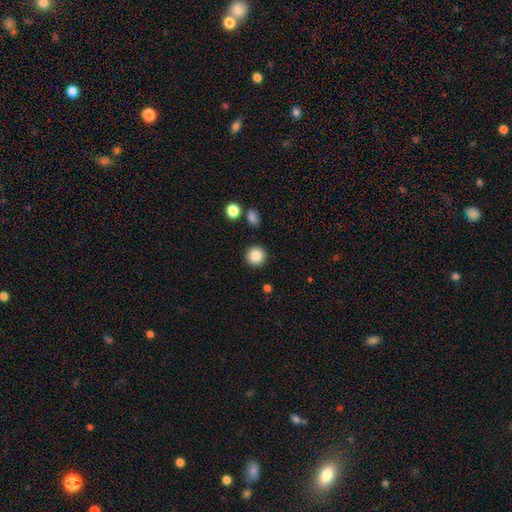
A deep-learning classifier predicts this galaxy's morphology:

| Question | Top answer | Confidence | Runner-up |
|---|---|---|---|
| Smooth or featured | smooth | 87% | star or artifact (10%) |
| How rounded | round | 94% | in between (5%) |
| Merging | none | 91% | minor disturbance (5%) |